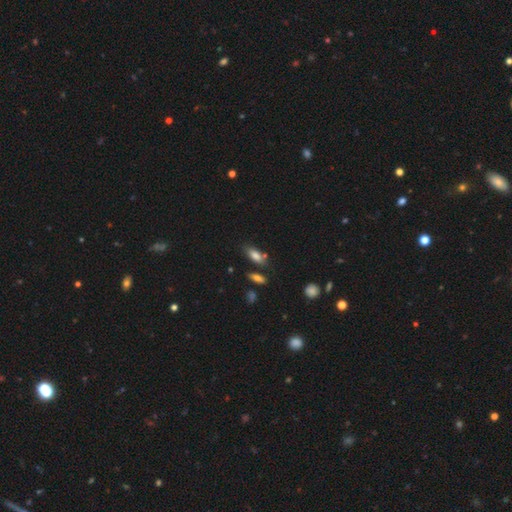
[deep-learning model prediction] Smooth or featured? Predicted: smooth (p=0.79). How rounded? Predicted: in between (p=0.79). Merging? Predicted: none (p=0.67).